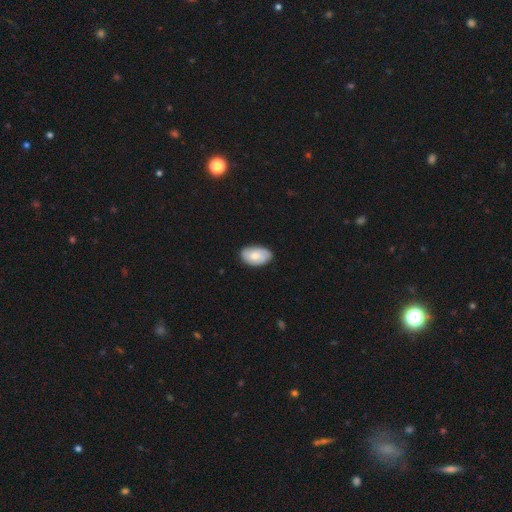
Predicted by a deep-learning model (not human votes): Overall: smooth (69%). How rounded: in between (92%). Merging: none (80%).